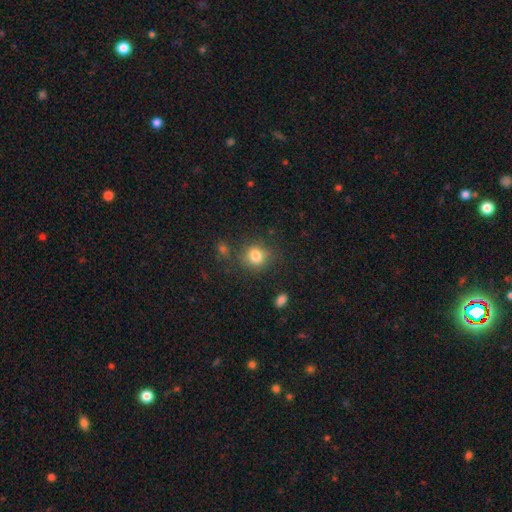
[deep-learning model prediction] Smooth or featured: smooth — 82% (star or artifact — 11%)
How rounded: round — 80% (in between — 19%)
Merging: none — 78% (minor disturbance — 13%)